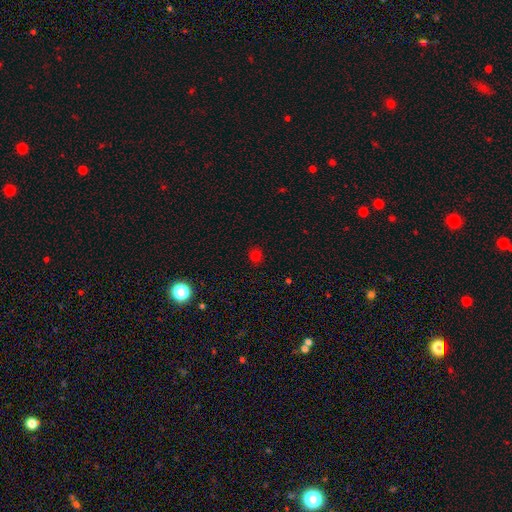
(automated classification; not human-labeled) A smooth galaxy with no disk features (74%) that is round (80%).

Vote fractions:
- Smooth or featured? smooth: 74% / star or artifact: 20% / featured or disk: 5%
- How rounded? round: 80% / in between: 19% / cigar-shaped: 1%
- Merging? none: 89% / minor disturbance: 8% / major disturbance: 2% / merger: 1%